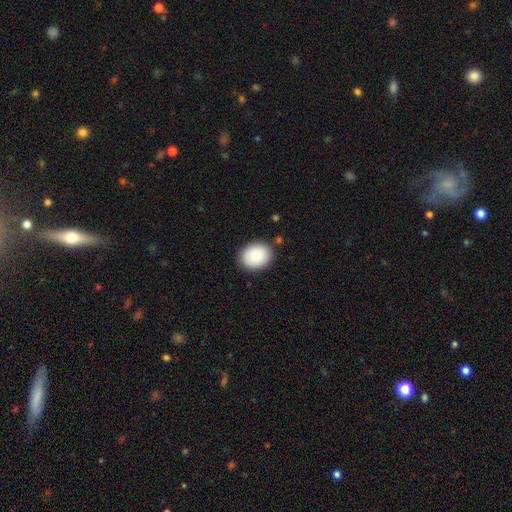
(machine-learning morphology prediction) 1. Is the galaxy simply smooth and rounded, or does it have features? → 89% smooth, 7% star or artifact, 4% featured or disk.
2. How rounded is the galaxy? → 55% round, 44% in between, 1% cigar-shaped.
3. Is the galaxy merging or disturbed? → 88% none, 8% minor disturbance, 2% major disturbance, 1% merger.